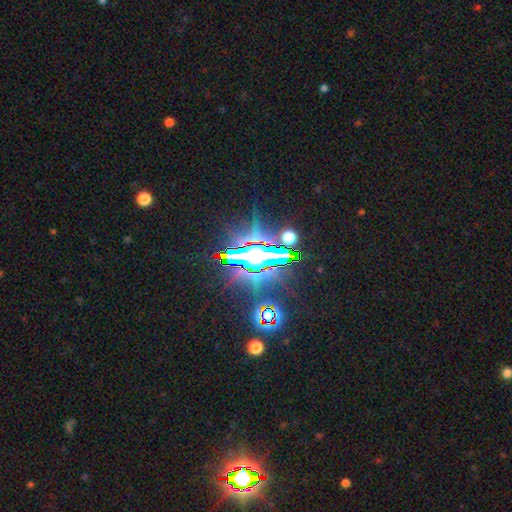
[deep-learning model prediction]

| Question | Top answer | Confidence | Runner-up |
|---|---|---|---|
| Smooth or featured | star or artifact | 79% | featured or disk (11%) |